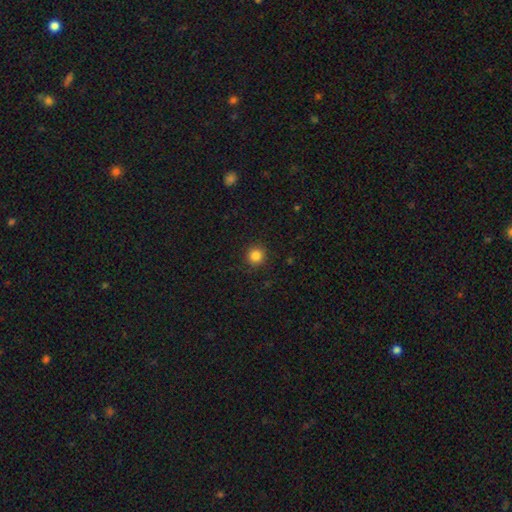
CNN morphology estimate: type=smooth (84%); roundness=round (94%); merging=none (91%).